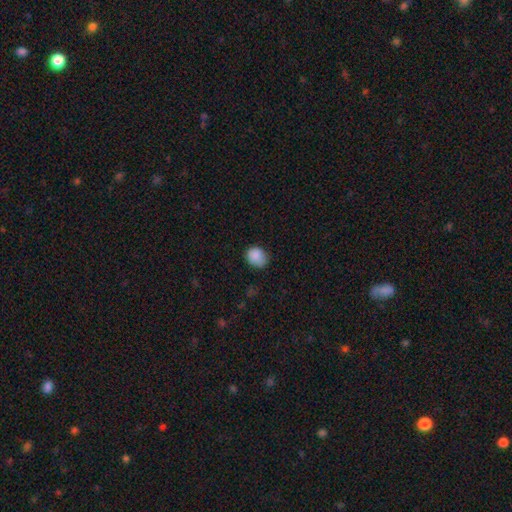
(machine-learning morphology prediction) Overall: smooth (87%). How rounded: round (61%; in between 38%). Merging: none (65%; minor disturbance 28%).